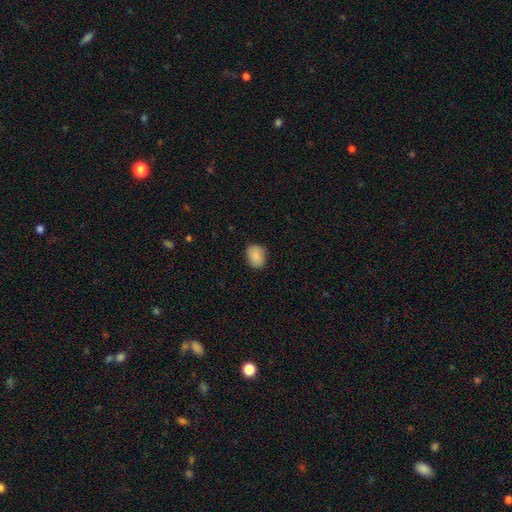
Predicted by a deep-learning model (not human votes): The model was most divided on "how rounded": in between: 62%, round: 37%, cigar-shaped: 1%. More confident: smooth or featured — smooth (87%); merging — none (76%).